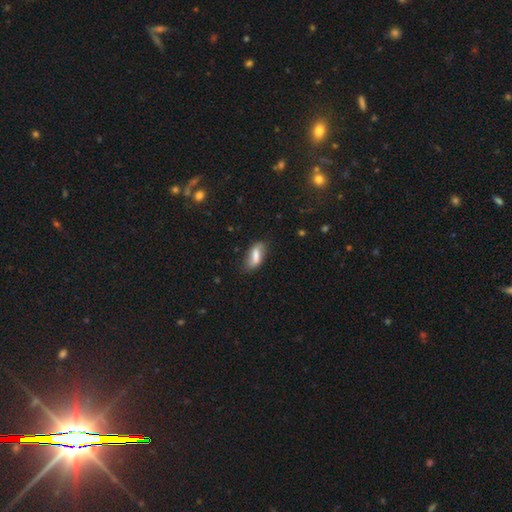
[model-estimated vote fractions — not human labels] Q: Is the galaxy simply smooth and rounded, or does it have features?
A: smooth — 59%.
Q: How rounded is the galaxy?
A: in between — 80%.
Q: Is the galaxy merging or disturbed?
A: none — 67%.